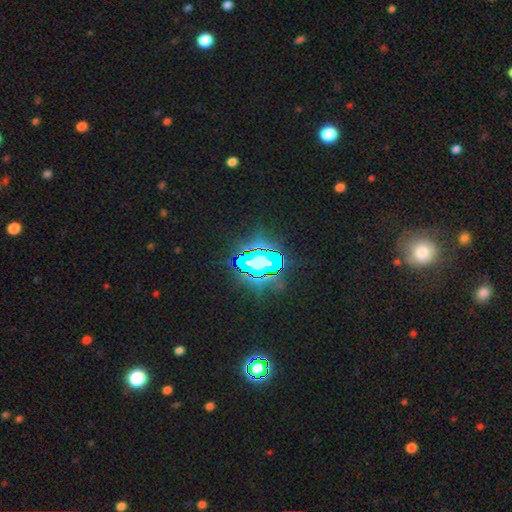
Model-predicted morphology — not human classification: Overall: star or artifact (82%).